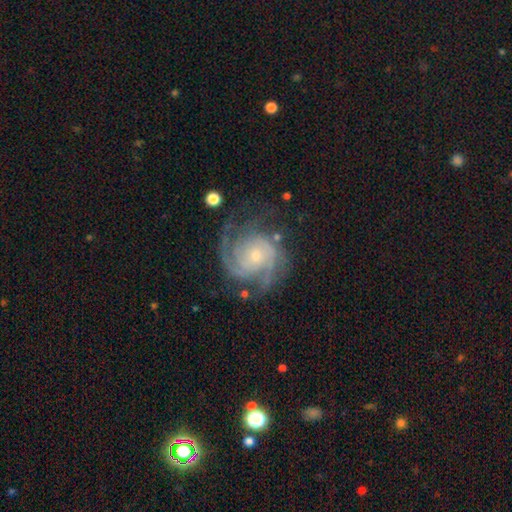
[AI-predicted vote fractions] Morphology: type=featured or disk (91%); edge-on=no (98%); bar=no (72%); spiral arms=yes (98%); winding=tight (58%); arm count=3 (35%); bulge=small (65%); merging=none (70%).